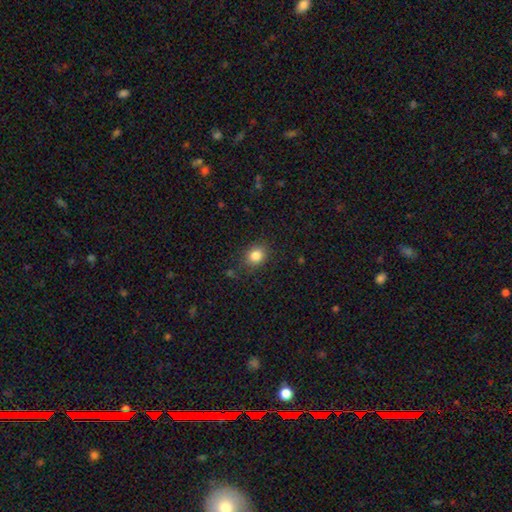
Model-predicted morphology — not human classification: Smooth or featured? smooth (84%)
How rounded? round (64%)
Merging? none (83%)